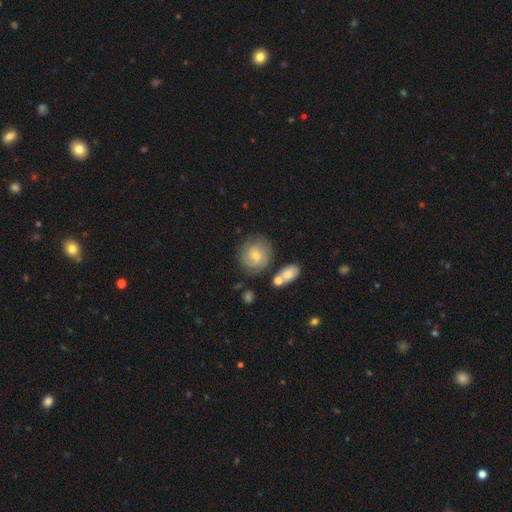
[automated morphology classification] Smooth or featured?
  - smooth: 53% *
  - featured or disk: 39%
  - star or artifact: 8%
How rounded?
  - round: 80% *
  - in between: 19%
  - cigar-shaped: 1%
Merging?
  - none: 69% *
  - minor disturbance: 17%
  - merger: 8%
  - major disturbance: 6%